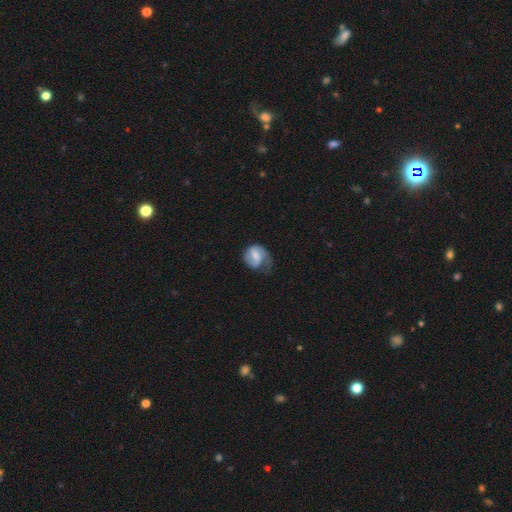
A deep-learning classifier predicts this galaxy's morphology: featured or disk 56%, smooth 38%, star or artifact 6%. Down the decision tree: edge-on disk — no (97%); bar — weak (50%); spiral arms — yes (83%); bulge size — moderate (38%); merging — none (40%).